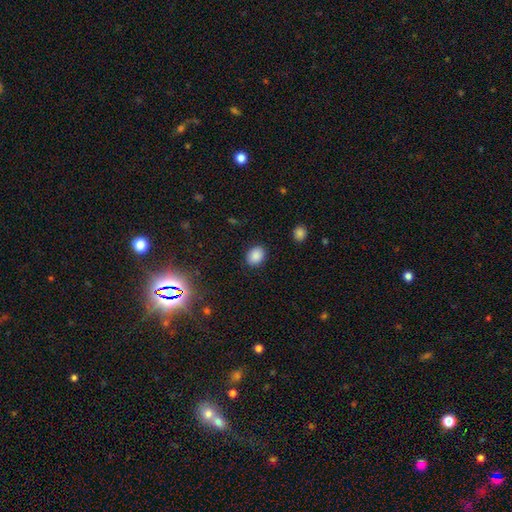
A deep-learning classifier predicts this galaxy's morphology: smooth 86%, star or artifact 9%, featured or disk 4%. Down the decision tree: how rounded — in between (55%); merging — none (88%).